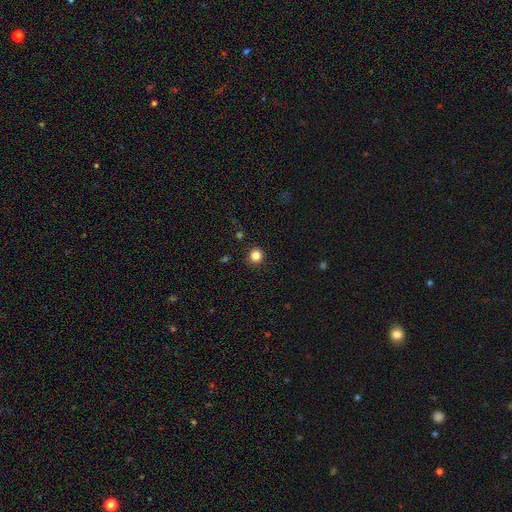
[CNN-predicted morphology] Smooth or featured? smooth (85%)
How rounded? round (93%)
Merging? none (92%)